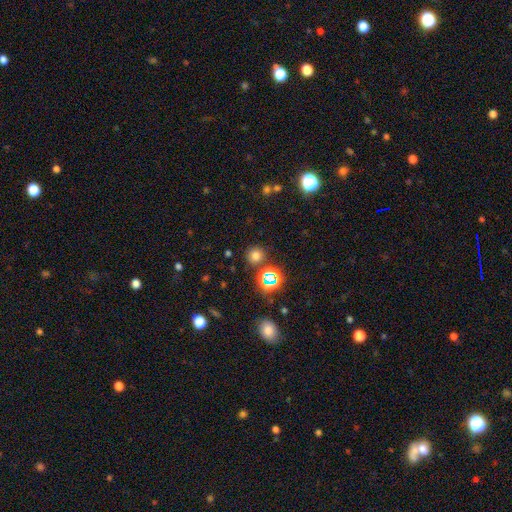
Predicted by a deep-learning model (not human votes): This appears to be a smooth galaxy with no disk features (68%) that is round (92%). Merging: none (85%).